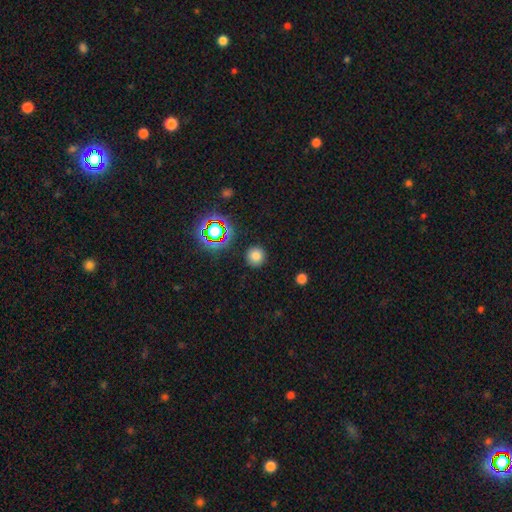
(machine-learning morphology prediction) This appears to be a smooth galaxy with no disk features (76%) that is round (94%). Merging: none (89%).